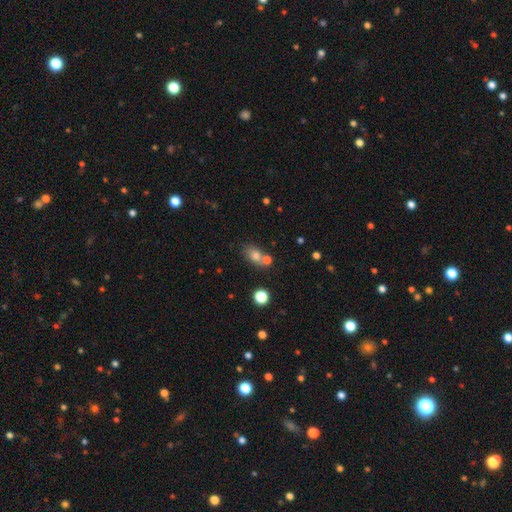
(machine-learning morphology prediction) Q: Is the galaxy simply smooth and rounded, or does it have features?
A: smooth — 75%.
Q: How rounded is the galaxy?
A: in between — 71%.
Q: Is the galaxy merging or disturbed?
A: none — 52%.